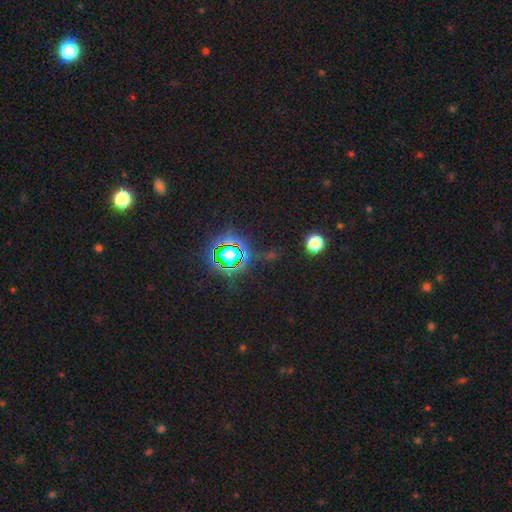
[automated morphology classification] This is clearly a star or artifact rather than a galaxy (82%).